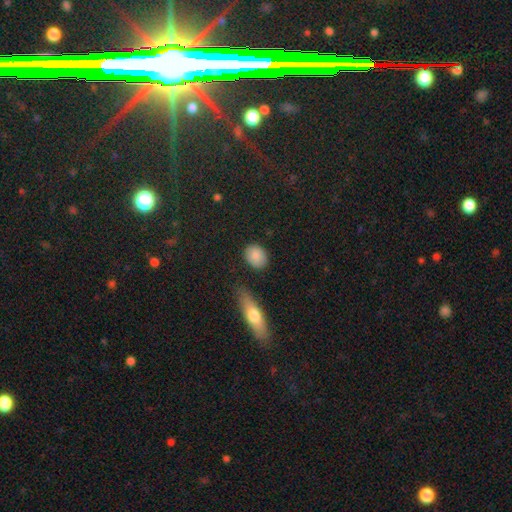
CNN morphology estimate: Overall: smooth (84%). How rounded: round (54%; in between 44%). Merging: none (84%).